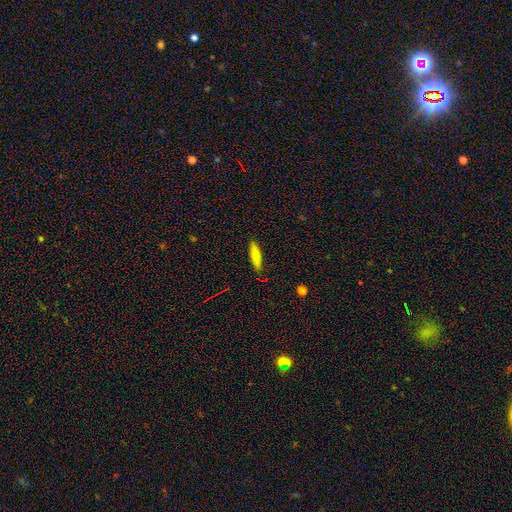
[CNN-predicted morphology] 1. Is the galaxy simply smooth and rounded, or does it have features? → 77% smooth, 15% featured or disk, 8% star or artifact.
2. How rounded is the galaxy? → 71% cigar-shaped, 28% in between, 2% round.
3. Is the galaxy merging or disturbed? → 86% none, 10% minor disturbance, 2% major disturbance, 1% merger.